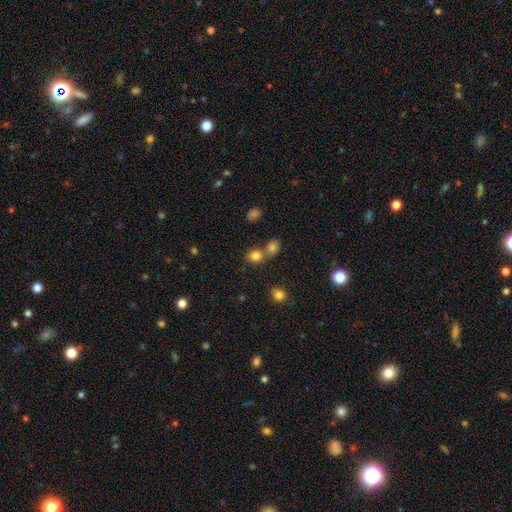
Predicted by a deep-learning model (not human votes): Morphology: type=smooth (79%); roundness=round (74%); merging=none (54%).